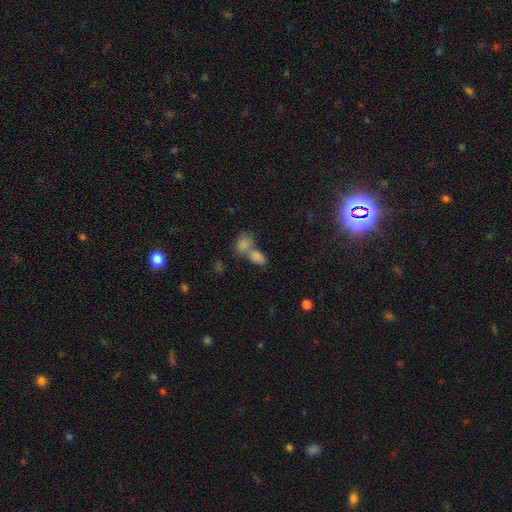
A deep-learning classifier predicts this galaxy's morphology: This is likely a smooth galaxy (67%). How rounded: likely in between (77%). Merging: possibly merger (55%).